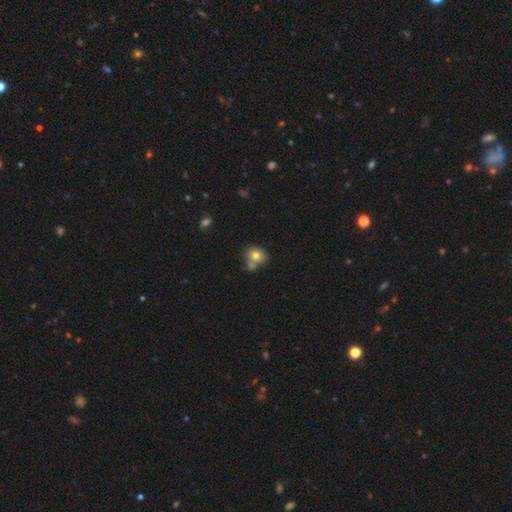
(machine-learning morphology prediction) This is likely a smooth galaxy (77%). How rounded: likely round (61%). Merging: possibly none (49%).